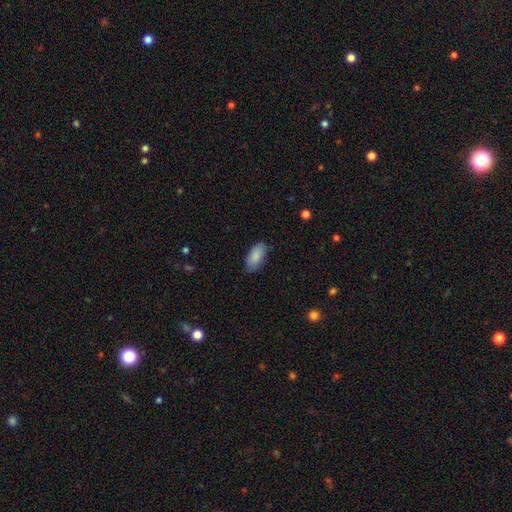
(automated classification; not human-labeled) The model was most divided on "merging": none: 83%, minor disturbance: 14%, major disturbance: 3%, merger: 1%. More confident: how rounded — in between (93%); smooth or featured — smooth (88%).